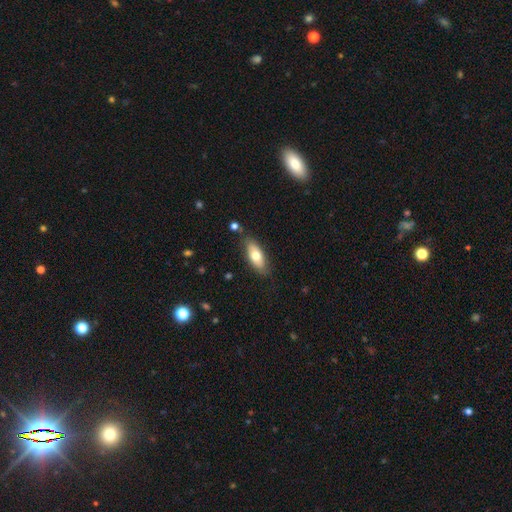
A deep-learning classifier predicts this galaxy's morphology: type=smooth (66%); roundness=in between (81%); merging=none (78%).